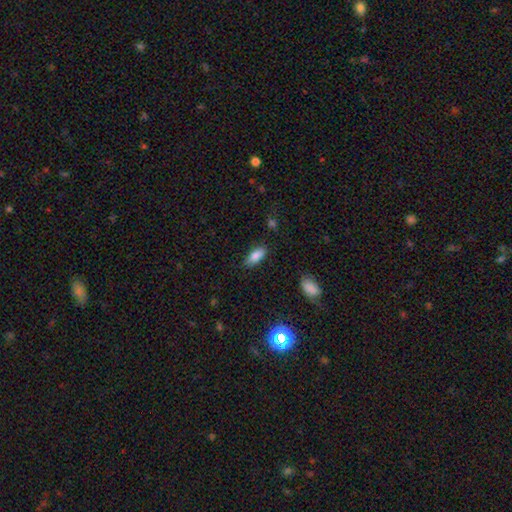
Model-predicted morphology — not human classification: A smooth galaxy with no disk features (84%) that is in between round and cigar-shaped (85%). Merging: none (80%).